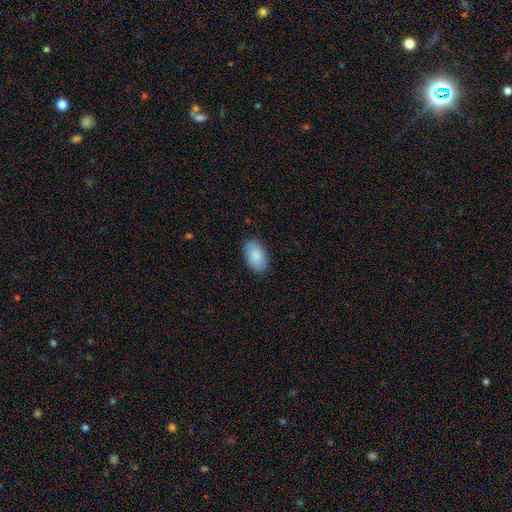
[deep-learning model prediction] A smooth galaxy with no disk features (88%) that is in between round and cigar-shaped (93%).

Vote fractions:
- Smooth or featured? smooth: 88% / featured or disk: 6% / star or artifact: 6%
- How rounded? in between: 93% / round: 5% / cigar-shaped: 1%
- Merging? none: 83% / minor disturbance: 13% / major disturbance: 3% / merger: 1%